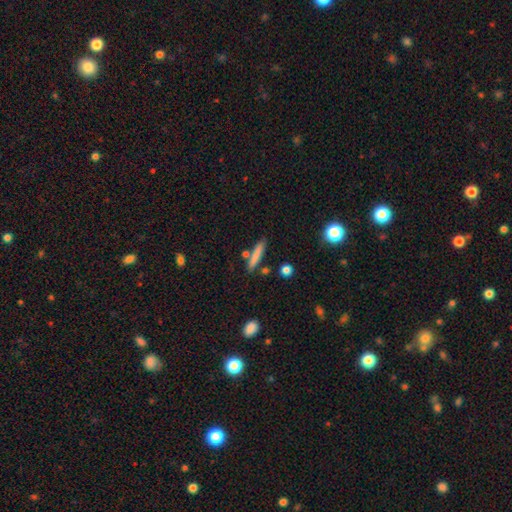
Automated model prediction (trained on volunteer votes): Q: Smooth or featured?
A: smooth (77%); runner-up: featured or disk (16%)
Q: How rounded?
A: cigar-shaped (90%); runner-up: in between (8%)
Q: Merging?
A: none (80%); runner-up: minor disturbance (10%)